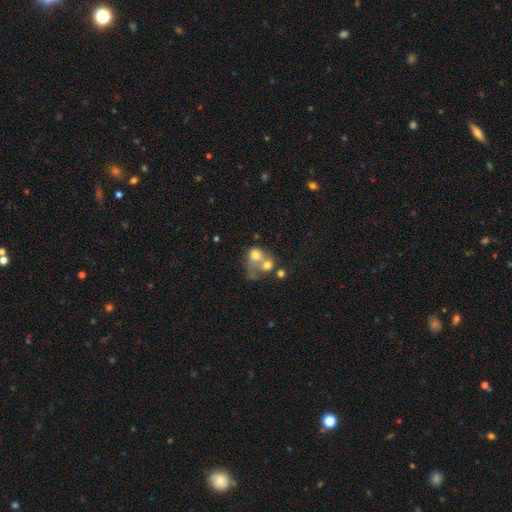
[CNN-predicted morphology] smooth_or_featured: smooth (p=0.62) [alt: featured or disk p=0.27]
how_rounded: round (p=0.61) [alt: in between p=0.38]
merging: merger (p=0.64) [alt: none p=0.15]